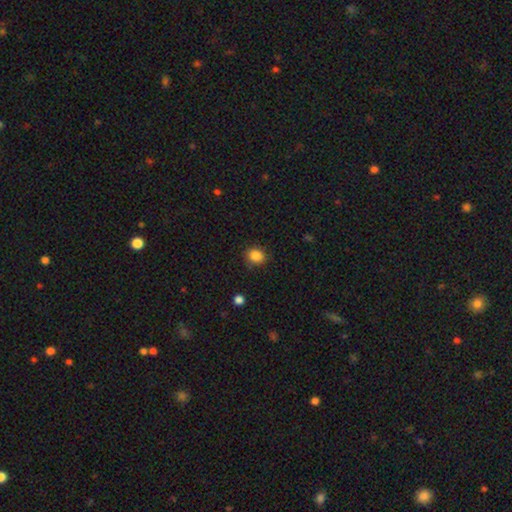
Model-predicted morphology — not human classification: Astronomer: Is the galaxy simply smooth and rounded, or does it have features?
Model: smooth — 86%.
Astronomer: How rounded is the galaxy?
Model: round — 70%.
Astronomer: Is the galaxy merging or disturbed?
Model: none — 86%.